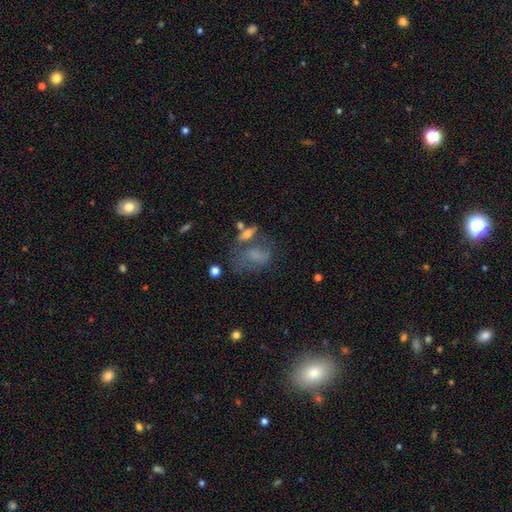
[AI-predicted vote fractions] A smooth galaxy with no disk features (44%).

Vote fractions:
- Smooth or featured? smooth: 44% / featured or disk: 37% / star or artifact: 19%
- Merging? none: 34% / major disturbance: 30% / minor disturbance: 21% / merger: 15%